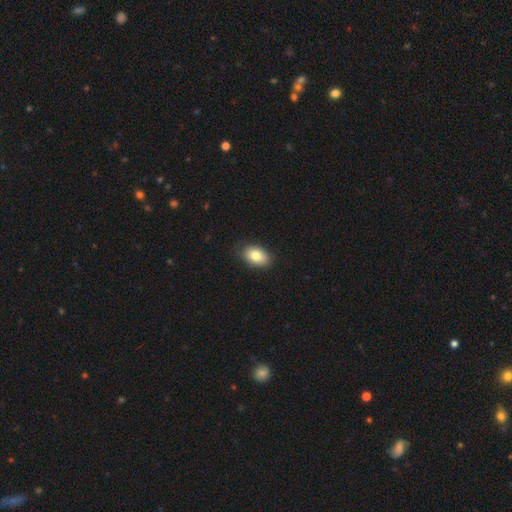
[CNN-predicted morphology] This appears to be a smooth galaxy with no disk features (81%) that is in between round and cigar-shaped (87%). Merging: none (85%).